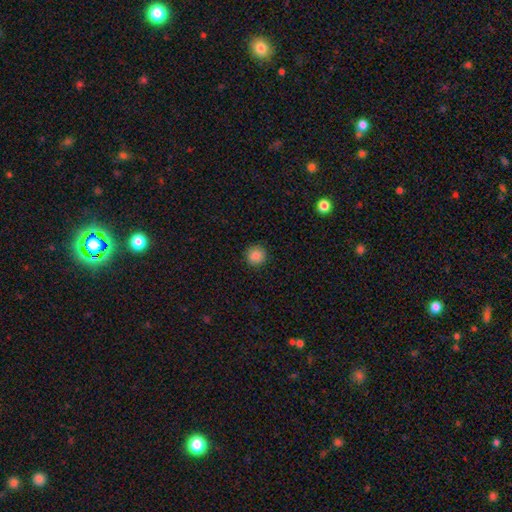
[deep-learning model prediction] Overall: smooth (84%). How rounded: round (94%). Merging: none (91%).